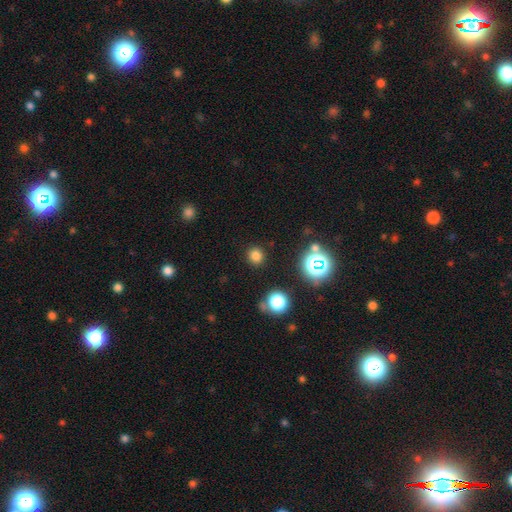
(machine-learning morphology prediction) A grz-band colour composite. It shows a smooth galaxy with no disk features (75%) that is round (89%). Merging: none (88%).